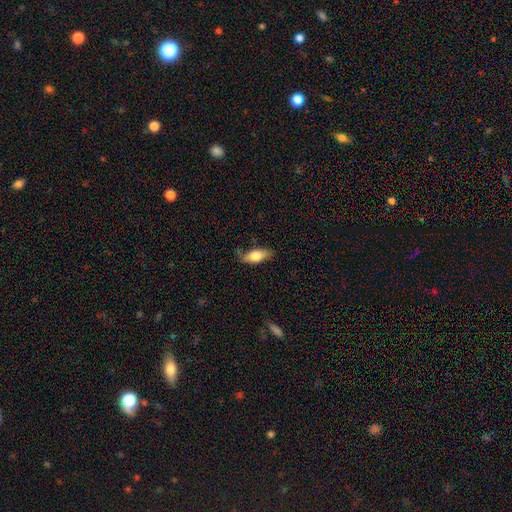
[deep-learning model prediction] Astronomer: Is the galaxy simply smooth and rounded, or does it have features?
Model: smooth — 74%.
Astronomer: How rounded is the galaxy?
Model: in between — 79%.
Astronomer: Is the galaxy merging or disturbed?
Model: none — 65%.